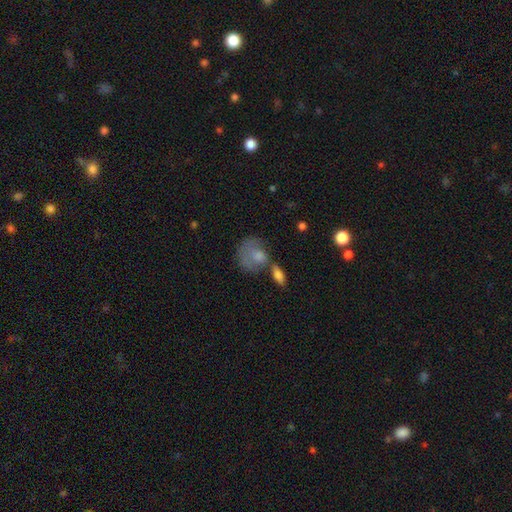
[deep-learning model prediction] Smooth or featured: smooth — 71% (featured or disk — 21%)
How rounded: round — 53% (in between — 46%)
Merging: none — 32% (major disturbance — 25%)